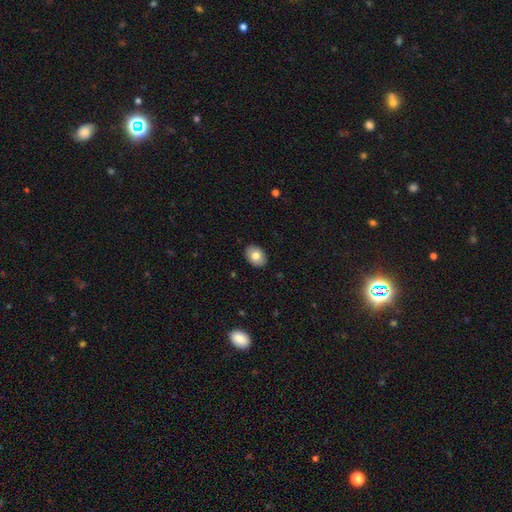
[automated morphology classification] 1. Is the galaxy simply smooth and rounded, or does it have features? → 78% smooth, 15% featured or disk, 7% star or artifact.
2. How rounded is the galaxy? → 77% in between, 22% round, 1% cigar-shaped.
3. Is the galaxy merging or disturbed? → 89% none, 8% minor disturbance, 2% major disturbance, 1% merger.